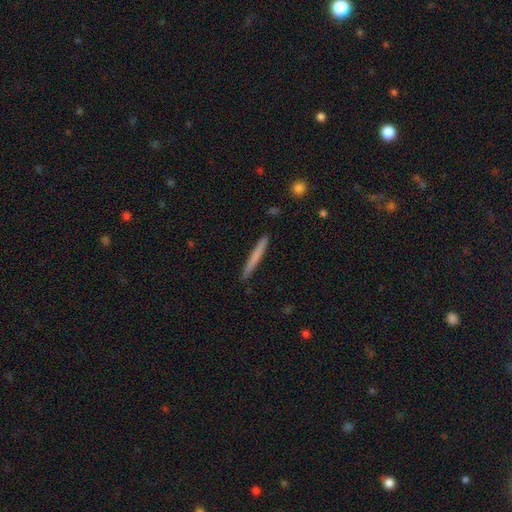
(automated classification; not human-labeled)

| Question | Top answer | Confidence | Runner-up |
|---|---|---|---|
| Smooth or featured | smooth | 67% | featured or disk (27%) |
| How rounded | cigar-shaped | 97% | in between (2%) |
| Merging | none | 91% | minor disturbance (6%) |